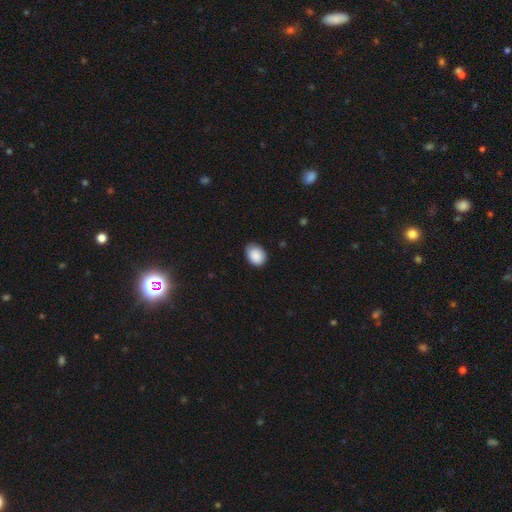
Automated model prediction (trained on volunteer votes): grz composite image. It shows a smooth galaxy with no disk features (90%) that is in between round and cigar-shaped (69%). Merging: none (78%).